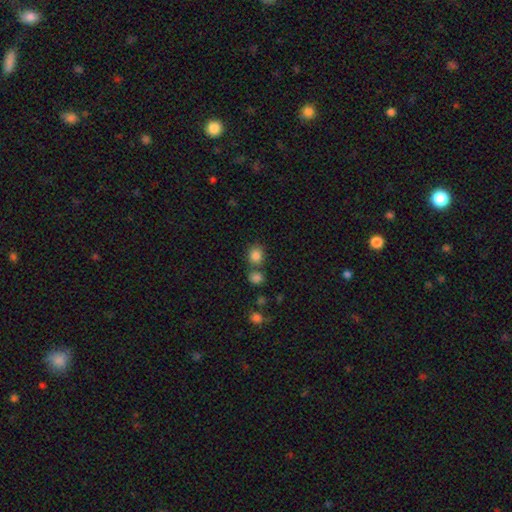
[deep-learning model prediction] The model was most divided on "merging": none: 65%, merger: 22%, minor disturbance: 10%, major disturbance: 3%. More confident: smooth or featured — smooth (84%); how rounded — round (73%).